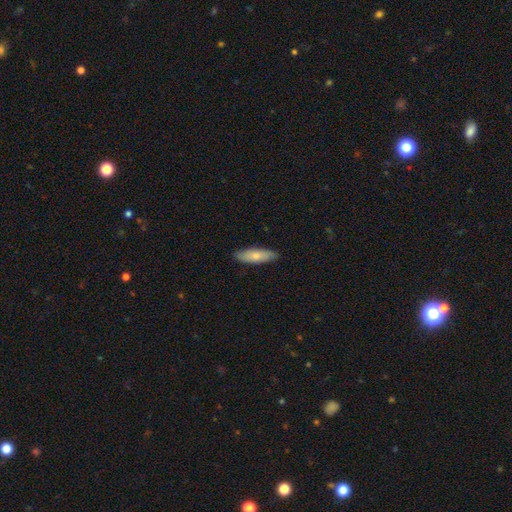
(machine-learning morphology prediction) Overall: smooth (74%). How rounded: cigar-shaped (49%, tied with in between). Merging: none (86%).